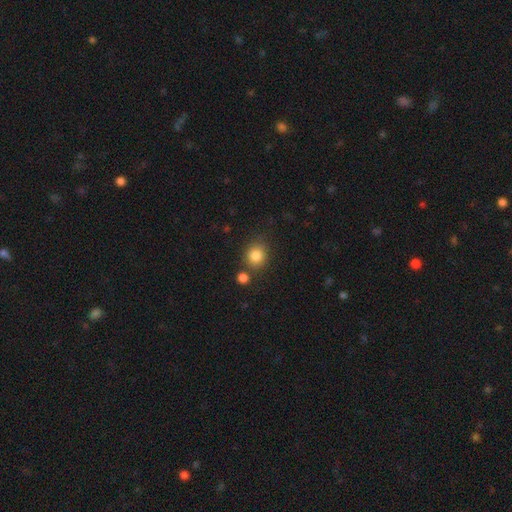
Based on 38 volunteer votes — Smooth or featured: smooth — 84% (featured or disk — 8%)
How rounded: round — 78% (in between — 19%)
Merging: none — 69% (minor disturbance — 14%)